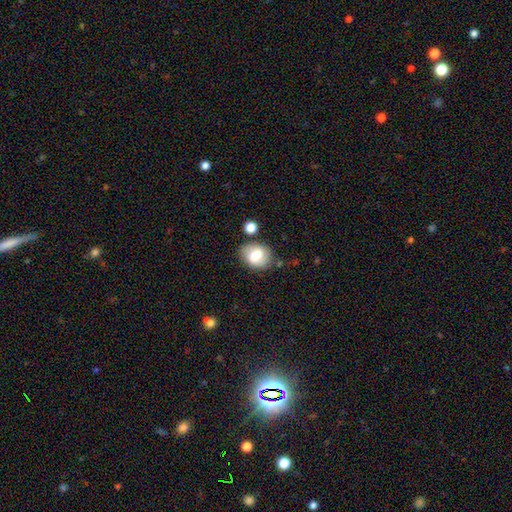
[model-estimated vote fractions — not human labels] Smooth or featured?
  - smooth: 66% *
  - featured or disk: 25%
  - star or artifact: 8%
How rounded?
  - in between: 58% *
  - round: 41%
  - cigar-shaped: 1%
Merging?
  - none: 68% *
  - minor disturbance: 18%
  - merger: 8%
  - major disturbance: 6%